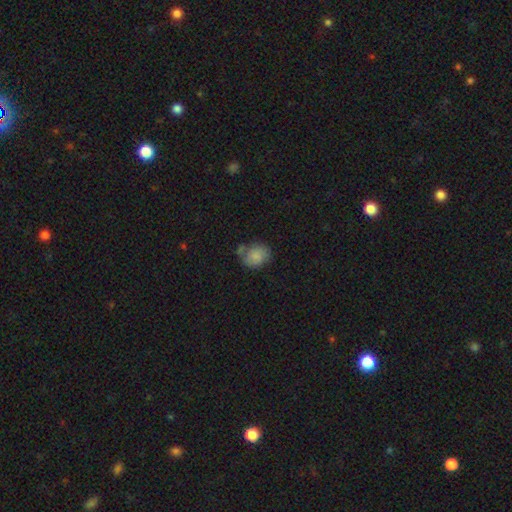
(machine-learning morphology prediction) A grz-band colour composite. It shows a smooth galaxy with no disk features (76%) that is round (54%). Merging: none (46%).